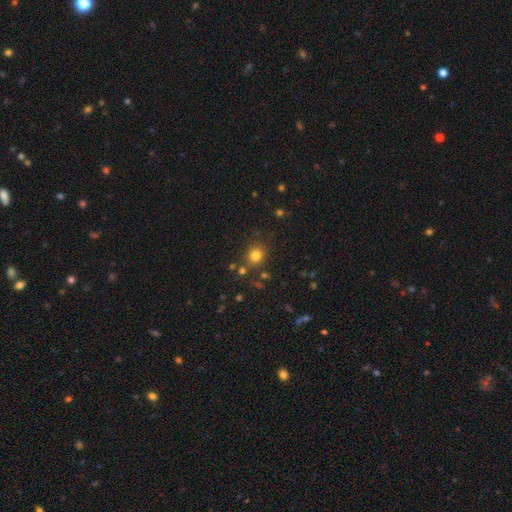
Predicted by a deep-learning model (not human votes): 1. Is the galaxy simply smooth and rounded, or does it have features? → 78% smooth, 16% star or artifact, 7% featured or disk.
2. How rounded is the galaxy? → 82% round, 17% in between, 1% cigar-shaped.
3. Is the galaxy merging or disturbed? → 80% none, 10% minor disturbance, 7% merger, 4% major disturbance.